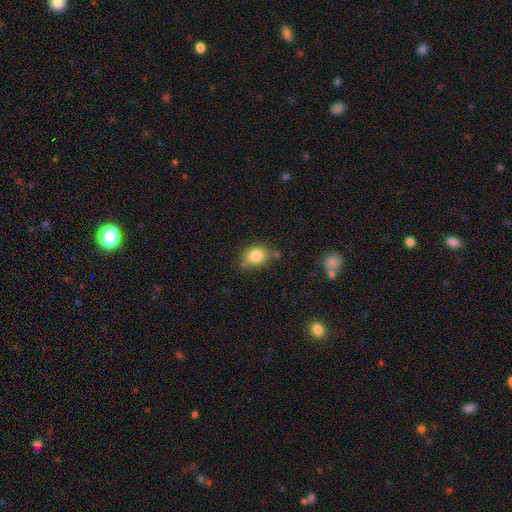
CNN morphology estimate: Smooth or featured?
  - smooth: 83% *
  - star or artifact: 9%
  - featured or disk: 8%
How rounded?
  - in between: 55% *
  - round: 43%
  - cigar-shaped: 1%
Merging?
  - none: 67% *
  - minor disturbance: 22%
  - merger: 7%
  - major disturbance: 5%